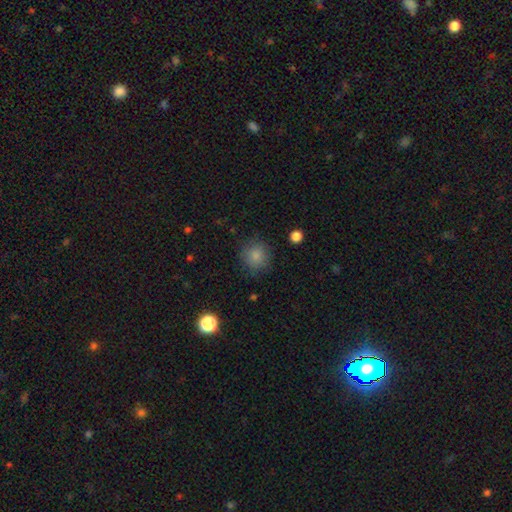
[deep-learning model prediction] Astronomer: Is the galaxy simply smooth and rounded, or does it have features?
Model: smooth — 83%.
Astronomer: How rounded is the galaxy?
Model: round — 91%.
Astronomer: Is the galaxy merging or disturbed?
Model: none — 83%.